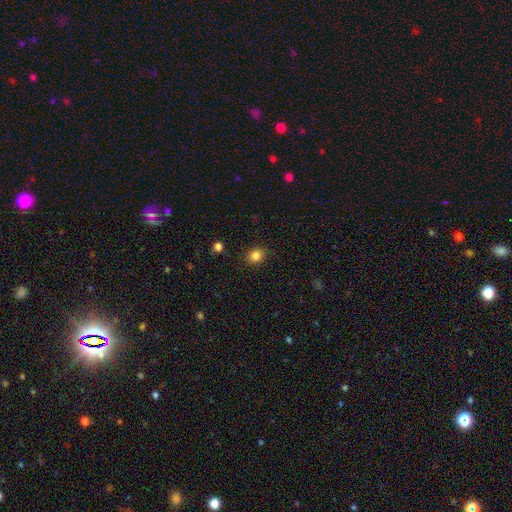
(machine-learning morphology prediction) Smooth or featured?
  - smooth: 84% *
  - star or artifact: 11%
  - featured or disk: 5%
How rounded?
  - round: 65% *
  - in between: 34%
  - cigar-shaped: 1%
Merging?
  - none: 87% *
  - minor disturbance: 10%
  - major disturbance: 2%
  - merger: 1%